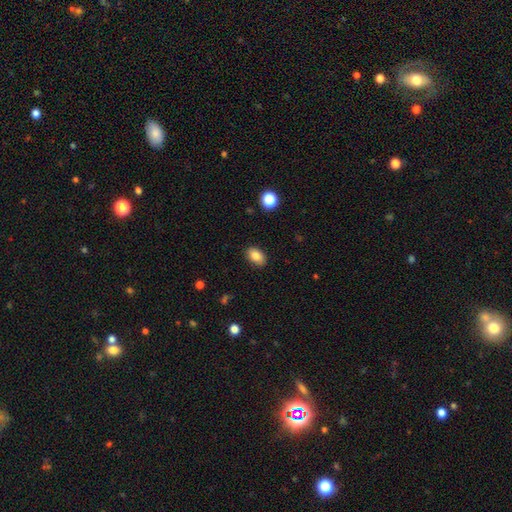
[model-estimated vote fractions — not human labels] This appears to be a smooth galaxy with no disk features (84%) that is in between round and cigar-shaped (88%). Merging: none (88%).